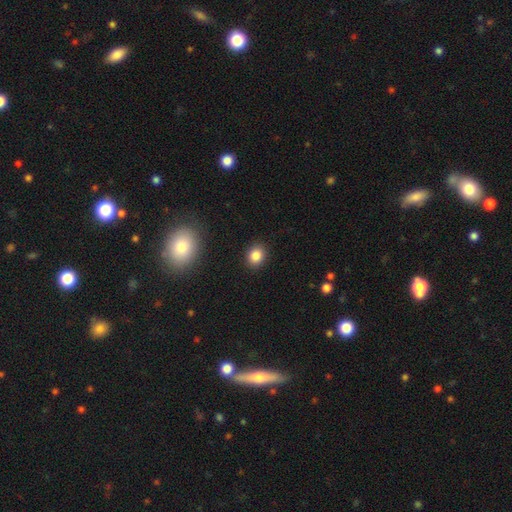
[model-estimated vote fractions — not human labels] A smooth galaxy with no disk features (86%) that is round (64%).

Vote fractions:
- Smooth or featured? smooth: 86% / star or artifact: 10% / featured or disk: 5%
- How rounded? round: 64% / in between: 35% / cigar-shaped: 1%
- Merging? none: 90% / minor disturbance: 7% / major disturbance: 2% / merger: 1%